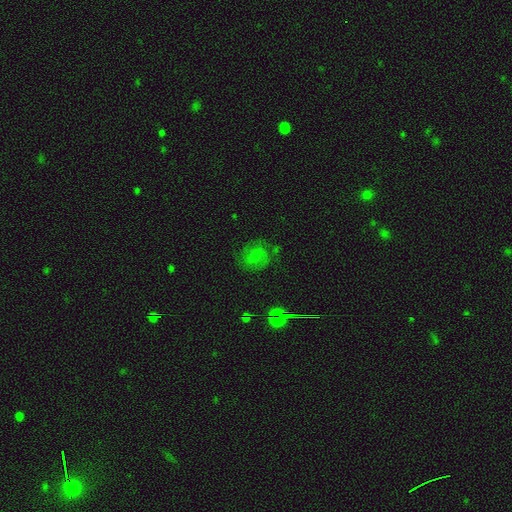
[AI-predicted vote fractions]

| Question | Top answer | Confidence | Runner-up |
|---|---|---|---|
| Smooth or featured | smooth | 49% | featured or disk (34%) |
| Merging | none | 68% | minor disturbance (19%) |